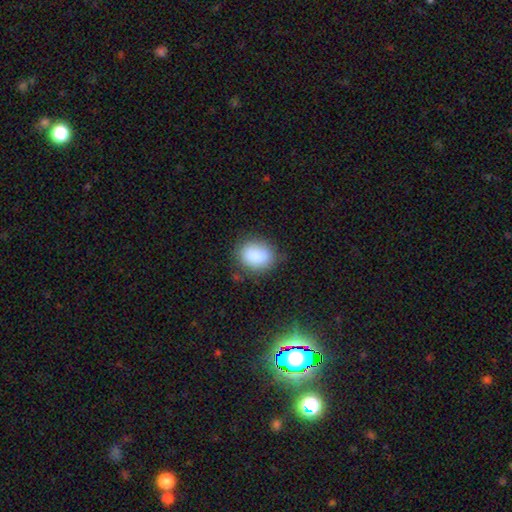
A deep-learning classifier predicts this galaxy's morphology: smooth 87%, star or artifact 8%, featured or disk 5%. Down the decision tree: how rounded — in between (57%); merging — none (78%).